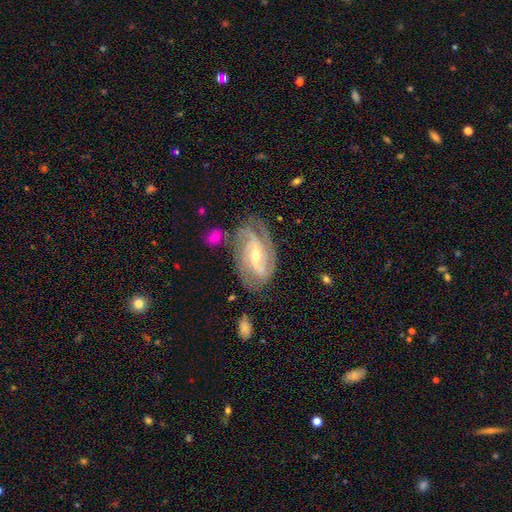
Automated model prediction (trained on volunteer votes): smooth_or_featured: featured or disk (p=0.90) [alt: smooth p=0.05]
disk_edge_on: no (p=0.96) [alt: yes p=0.04]
bar: weak (p=0.44) [alt: strong p=0.31]
has_spiral_arms: yes (p=0.98) [alt: no p=0.02]
spiral_winding: tight (p=0.51) [alt: medium p=0.40]
spiral_arm_count: 2 (p=0.38) [alt: 3 p=0.35]
bulge_size: moderate (p=0.57) [alt: small p=0.39]
merging: none (p=0.67) [alt: minor disturbance p=0.21]